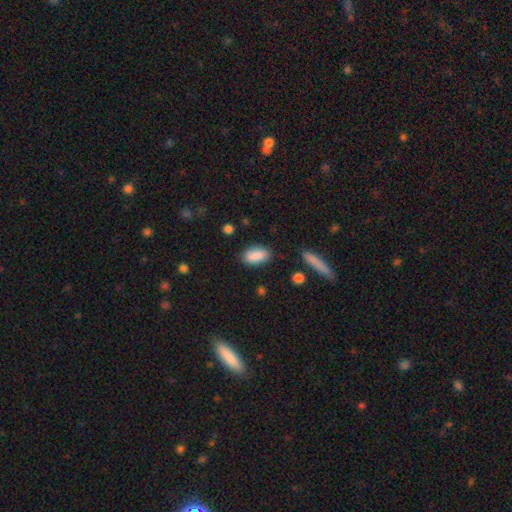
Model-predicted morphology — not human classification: Smooth or featured? Predicted: smooth (p=0.89). How rounded? Predicted: in between (p=0.90). Merging? Predicted: none (p=0.83).